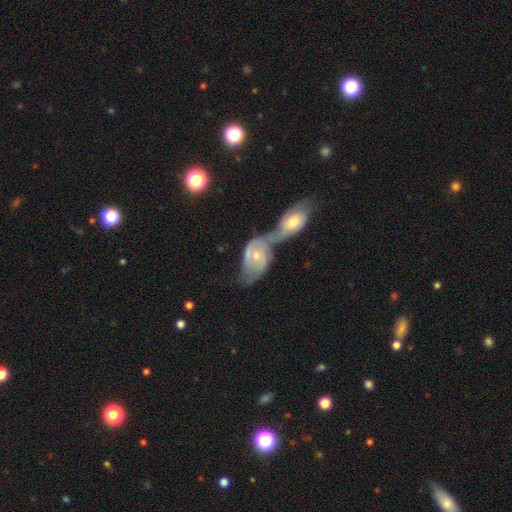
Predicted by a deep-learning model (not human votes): Q: Smooth or featured?
A: featured or disk (66%); runner-up: smooth (28%)
Q: Edge-on disk?
A: no (95%); runner-up: yes (5%)
Q: Bar?
A: no (65%); runner-up: weak (29%)
Q: Spiral arms?
A: yes (83%); runner-up: no (17%)
Q: Spiral winding?
A: medium (41%); runner-up: tight (30%)
Q: Spiral arm count?
A: 2 (73%); runner-up: can't tell (17%)
Q: Bulge size?
A: small (56%); runner-up: moderate (37%)
Q: Merging?
A: merger (77%); runner-up: none (11%)